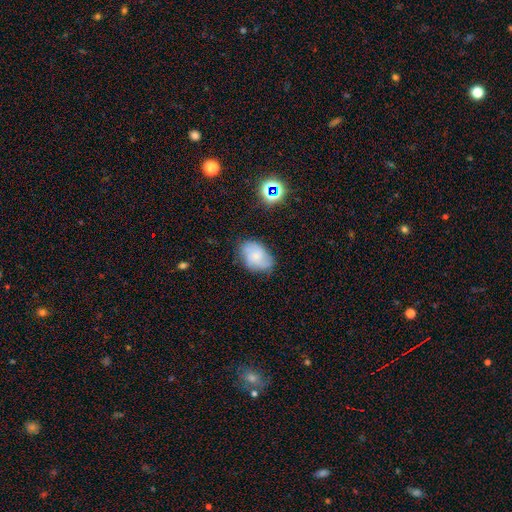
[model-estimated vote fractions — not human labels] featured or disk 50%, smooth 40%, star or artifact 10%. Down the decision tree: merging — none (69%).